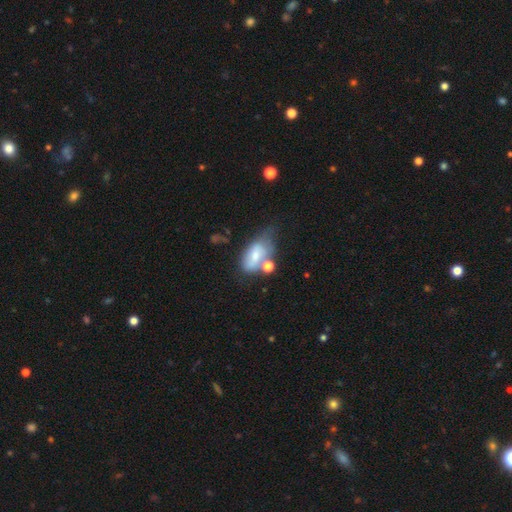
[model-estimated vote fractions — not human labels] Smooth or featured: smooth — 60% (featured or disk — 31%)
How rounded: in between — 88% (round — 9%)
Merging: minor disturbance — 27% (merger — 26%)